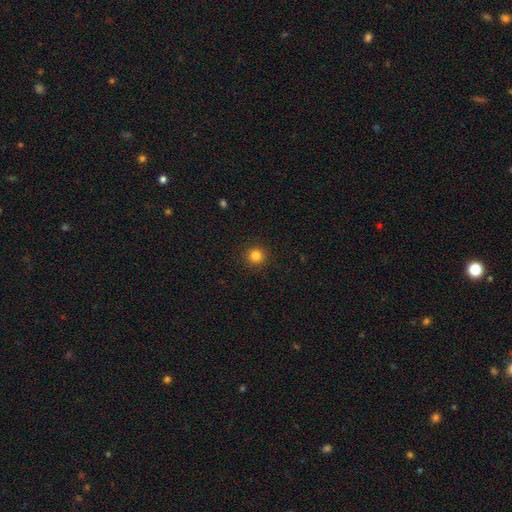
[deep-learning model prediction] smooth-or-featured: smooth: 83% | star or artifact: 12% | featured or disk: 5%
  how-rounded: round: 95% | in between: 4% | cigar-shaped: 1%
  merging: none: 92% | minor disturbance: 5% | major disturbance: 2% | merger: 1%